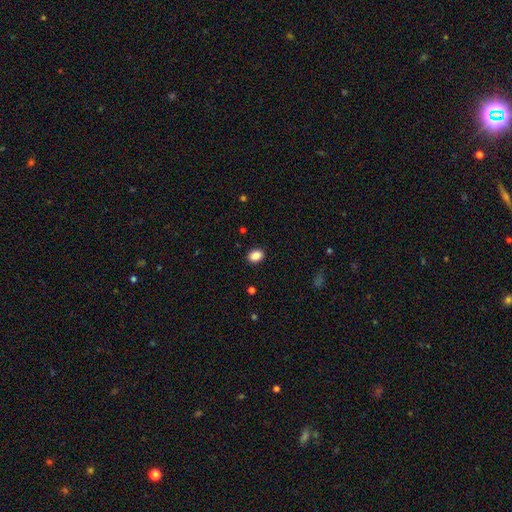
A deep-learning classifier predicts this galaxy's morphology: Q: Smooth or featured?
A: smooth (88%); runner-up: star or artifact (9%)
Q: How rounded?
A: in between (73%); runner-up: round (26%)
Q: Merging?
A: none (89%); runner-up: minor disturbance (8%)